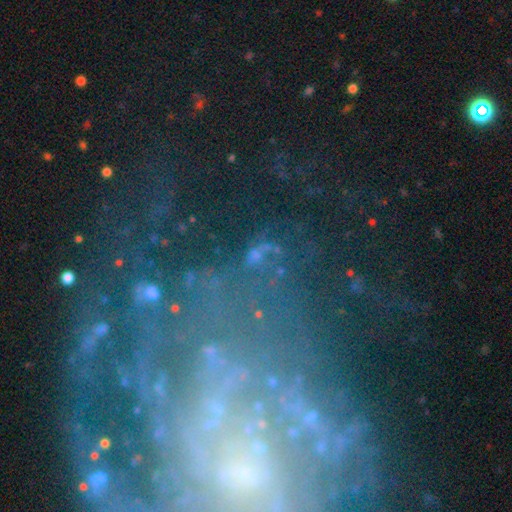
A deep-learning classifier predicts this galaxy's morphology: smooth_or_featured: featured or disk (p=0.51) [alt: star or artifact p=0.33]
disk_edge_on: no (p=0.93) [alt: yes p=0.07]
merging: none (p=0.59) [alt: minor disturbance p=0.18]